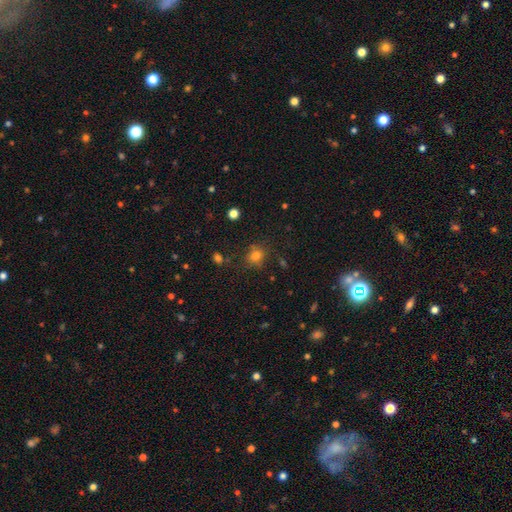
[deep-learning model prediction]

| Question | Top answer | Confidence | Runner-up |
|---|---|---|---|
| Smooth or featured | smooth | 77% | star or artifact (16%) |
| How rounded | round | 73% | in between (26%) |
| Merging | none | 74% | minor disturbance (15%) |